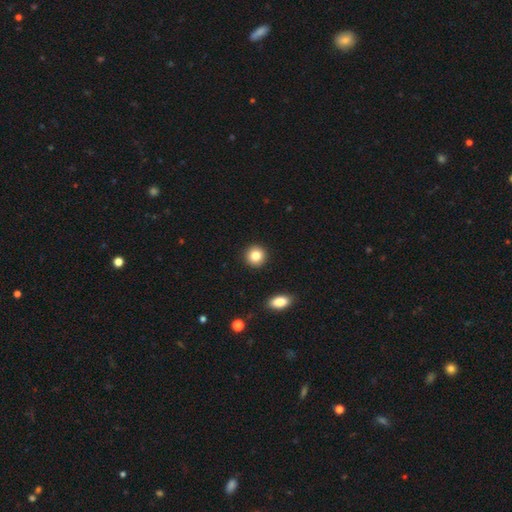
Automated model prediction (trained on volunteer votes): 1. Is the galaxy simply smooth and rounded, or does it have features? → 84% smooth, 9% star or artifact, 6% featured or disk.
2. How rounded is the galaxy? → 91% round, 8% in between, 1% cigar-shaped.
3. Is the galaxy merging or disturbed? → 92% none, 5% minor disturbance, 2% major disturbance, 1% merger.